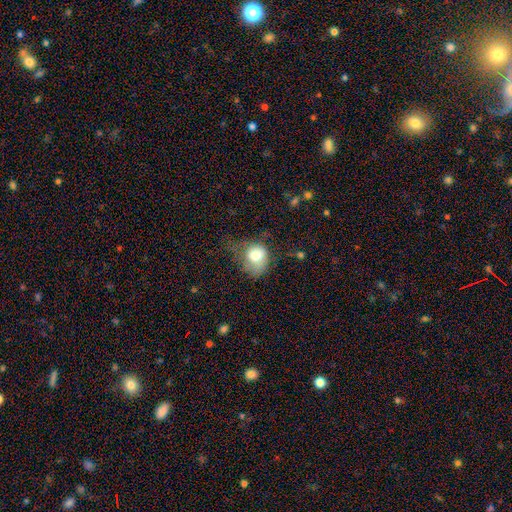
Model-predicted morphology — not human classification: This is likely a smooth galaxy (74%). How rounded: likely round (61%). Merging: marginally major disturbance (34%).